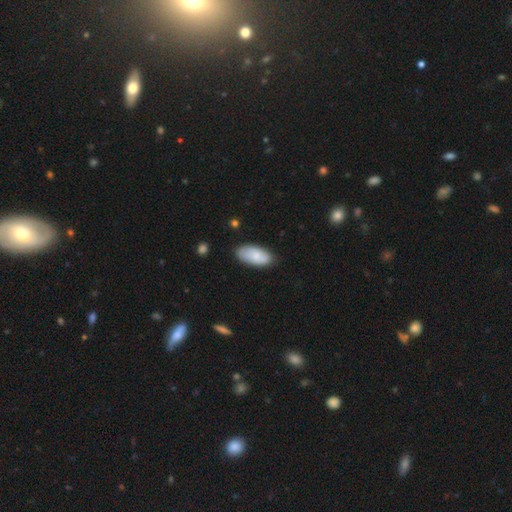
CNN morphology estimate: smooth 78%, featured or disk 16%, star or artifact 6%. Down the decision tree: how rounded — in between (93%); merging — none (79%).